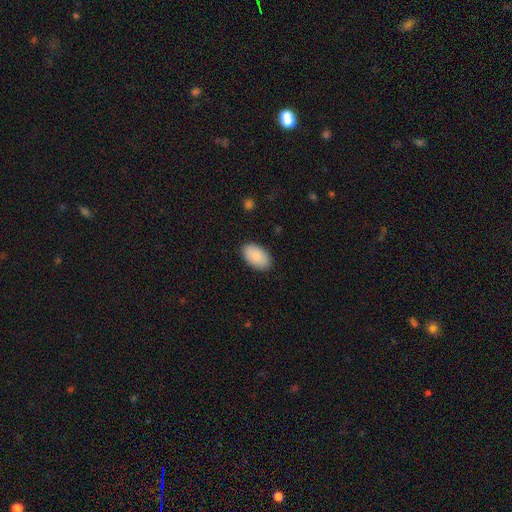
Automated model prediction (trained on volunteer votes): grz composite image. It shows a smooth galaxy with no disk features (89%) that is in between round and cigar-shaped (95%). Merging: none (88%).